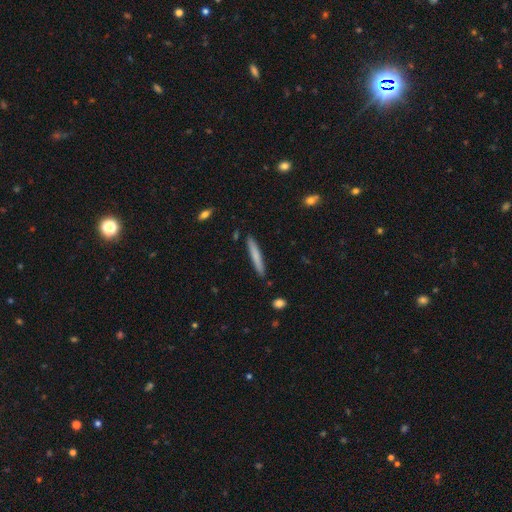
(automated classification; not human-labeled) This is likely a smooth galaxy (72%). How rounded: clearly cigar-shaped (96%). Merging: clearly none (88%).